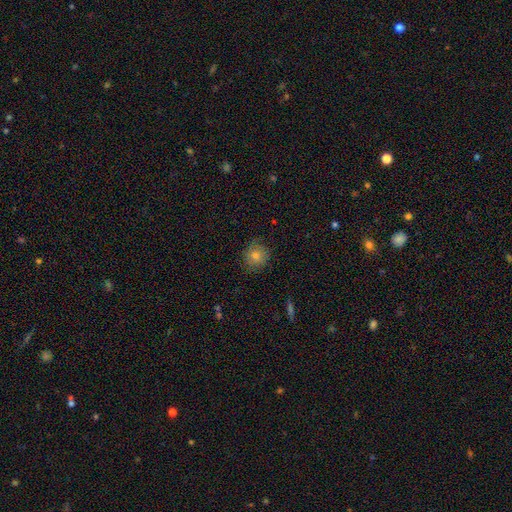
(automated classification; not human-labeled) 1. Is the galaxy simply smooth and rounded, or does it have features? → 70% smooth, 15% star or artifact, 15% featured or disk.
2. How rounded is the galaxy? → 91% round, 8% in between, 1% cigar-shaped.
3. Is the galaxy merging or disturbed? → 84% none, 12% minor disturbance, 3% major disturbance, 1% merger.